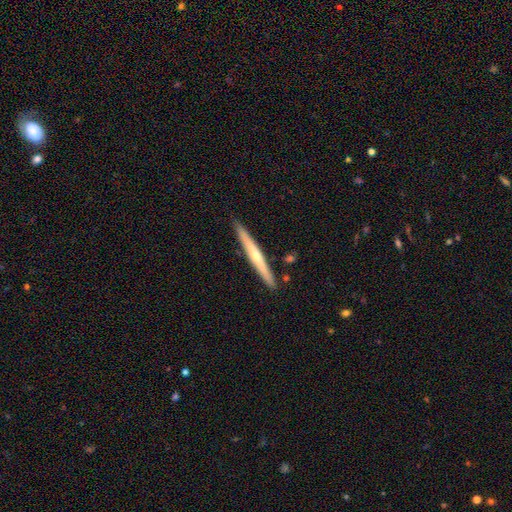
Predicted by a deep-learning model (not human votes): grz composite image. It shows a featured or disk galaxy (62%) viewed edge-on (97%) with a rounded central bulge (67%). Merging: none (89%).